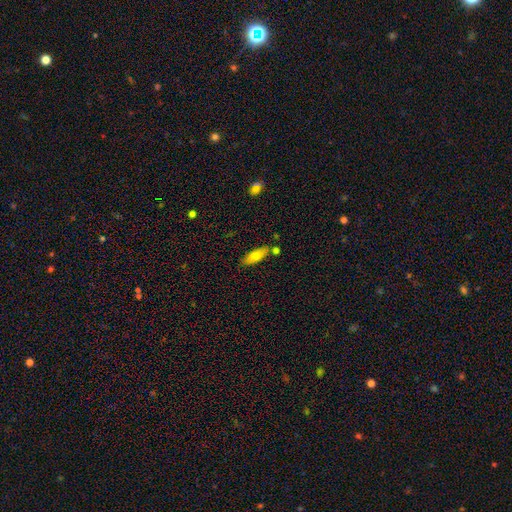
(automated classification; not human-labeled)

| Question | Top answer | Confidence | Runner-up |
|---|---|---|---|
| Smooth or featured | smooth | 72% | featured or disk (21%) |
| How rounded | in between | 60% | cigar-shaped (38%) |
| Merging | none | 74% | minor disturbance (14%) |